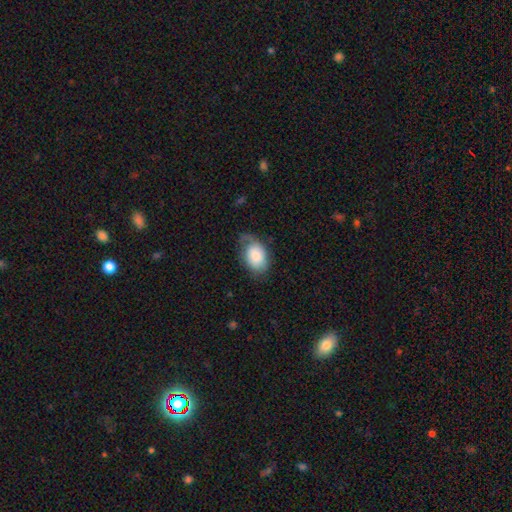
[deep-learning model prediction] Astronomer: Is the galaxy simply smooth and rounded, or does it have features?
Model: smooth — 74%.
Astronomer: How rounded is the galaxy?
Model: in between — 86%.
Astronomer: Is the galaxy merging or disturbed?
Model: none — 48% (runner-up: minor disturbance, 33%).